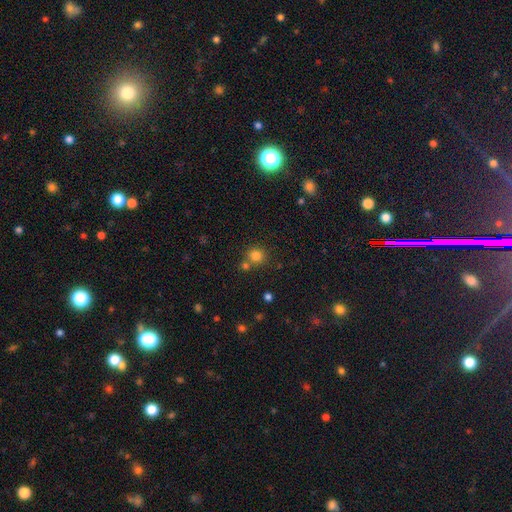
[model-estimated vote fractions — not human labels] Smooth or featured? Predicted: smooth (p=0.79). How rounded? Predicted: round (p=0.88). Merging? Predicted: none (p=0.68).